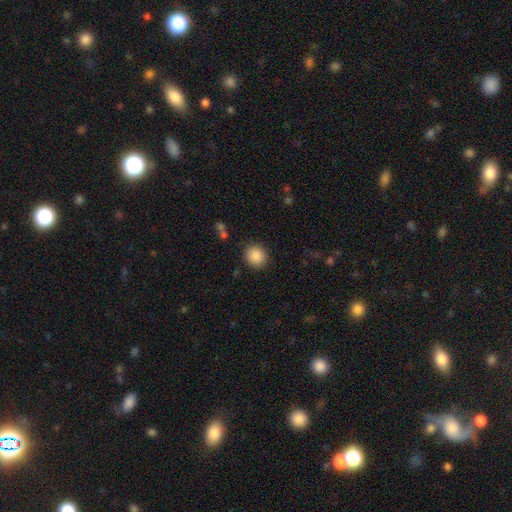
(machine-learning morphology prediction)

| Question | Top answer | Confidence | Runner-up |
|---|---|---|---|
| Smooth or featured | smooth | 87% | star or artifact (9%) |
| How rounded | round | 85% | in between (14%) |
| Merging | none | 89% | minor disturbance (7%) |